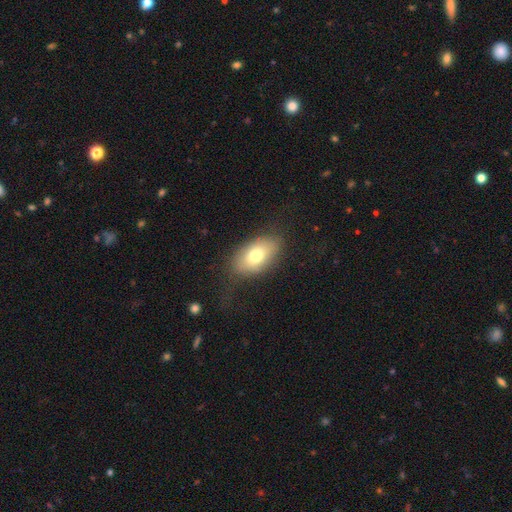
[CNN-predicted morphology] The model was most divided on "smooth or featured": smooth: 74%, featured or disk: 18%, star or artifact: 8%. More confident: how rounded — in between (90%); merging — none (74%).